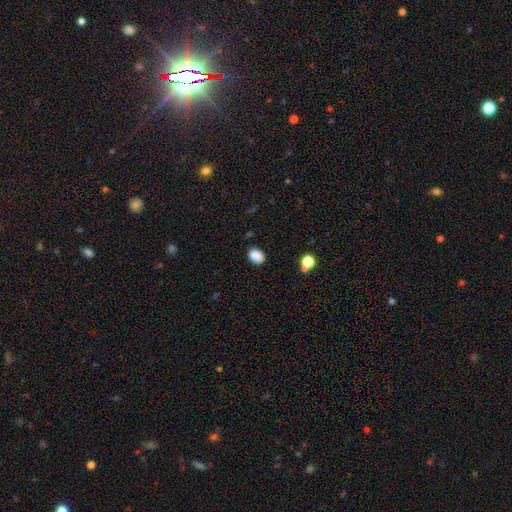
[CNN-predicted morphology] smooth_or_featured: smooth (p=0.86) [alt: star or artifact p=0.10]
how_rounded: in between (p=0.72) [alt: round p=0.27]
merging: none (p=0.83) [alt: minor disturbance p=0.12]